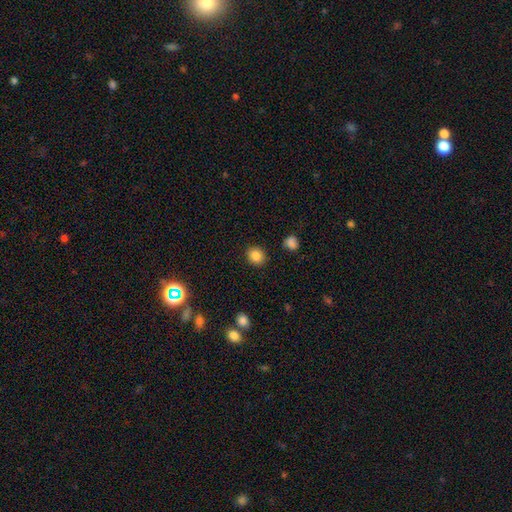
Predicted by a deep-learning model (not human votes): A smooth galaxy with no disk features (86%) that is round (78%).

Vote fractions:
- Smooth or featured? smooth: 86% / star or artifact: 11% / featured or disk: 4%
- How rounded? round: 78% / in between: 21% / cigar-shaped: 1%
- Merging? none: 89% / minor disturbance: 7% / major disturbance: 2% / merger: 2%